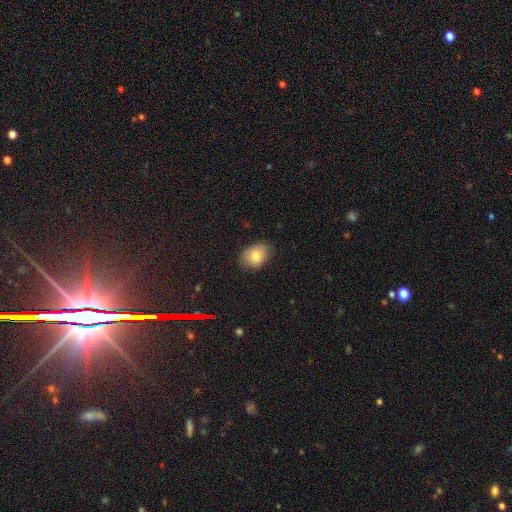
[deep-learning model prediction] Smooth or featured? smooth (79%)
How rounded? in between (69%)
Merging? none (78%)